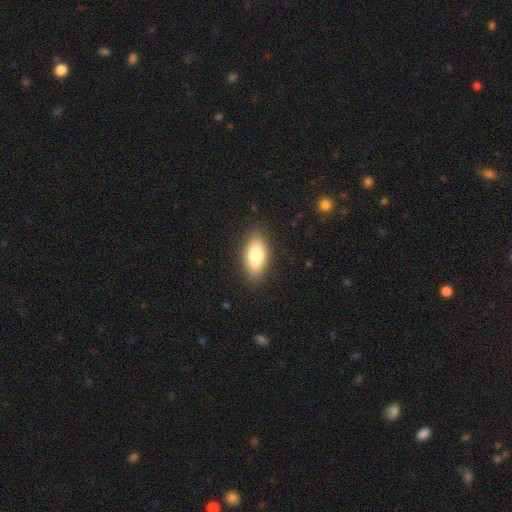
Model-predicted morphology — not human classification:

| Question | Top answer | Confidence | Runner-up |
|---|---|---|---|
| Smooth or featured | smooth | 79% | featured or disk (14%) |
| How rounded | in between | 86% | cigar-shaped (11%) |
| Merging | none | 88% | minor disturbance (9%) |